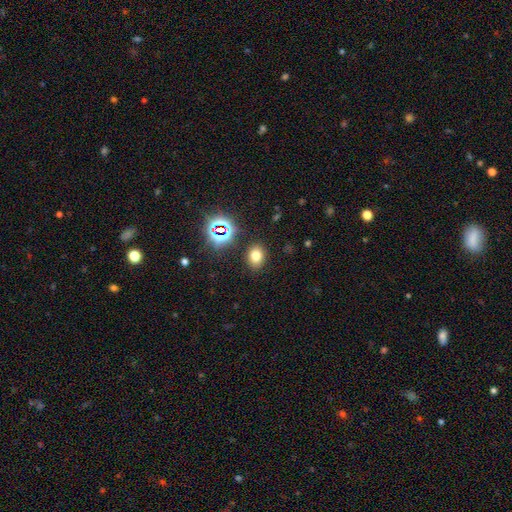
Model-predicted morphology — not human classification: A smooth galaxy with no disk features (70%) that is in between round and cigar-shaped (60%). Merging: none (85%).